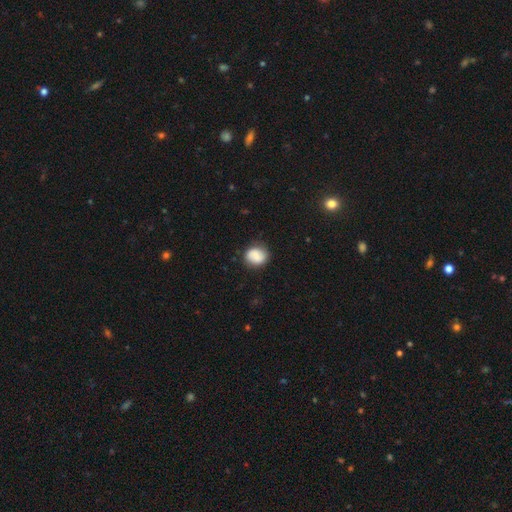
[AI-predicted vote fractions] This appears to be a smooth galaxy with no disk features (74%) that is round (70%). Merging: none (80%).